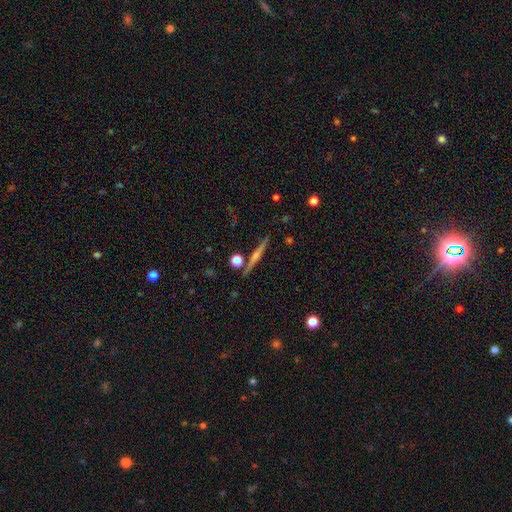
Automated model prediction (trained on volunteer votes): This appears to be a featured or disk galaxy (68%) viewed edge-on (98%) with a rounded central bulge (55%). Merging: none (88%).